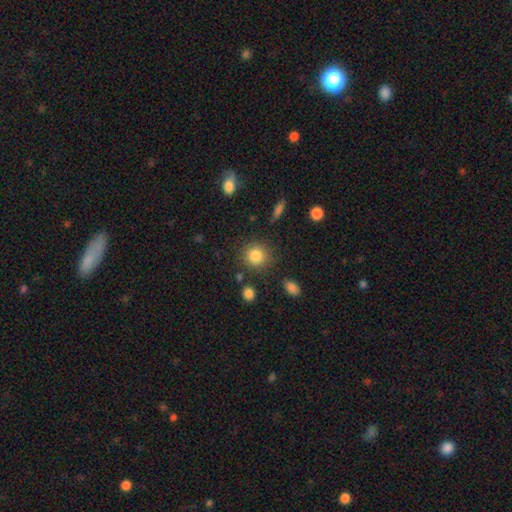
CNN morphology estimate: Smooth or featured?
  - smooth: 84% *
  - star or artifact: 10%
  - featured or disk: 6%
How rounded?
  - round: 90% *
  - in between: 9%
  - cigar-shaped: 1%
Merging?
  - none: 84% *
  - minor disturbance: 9%
  - merger: 4%
  - major disturbance: 3%